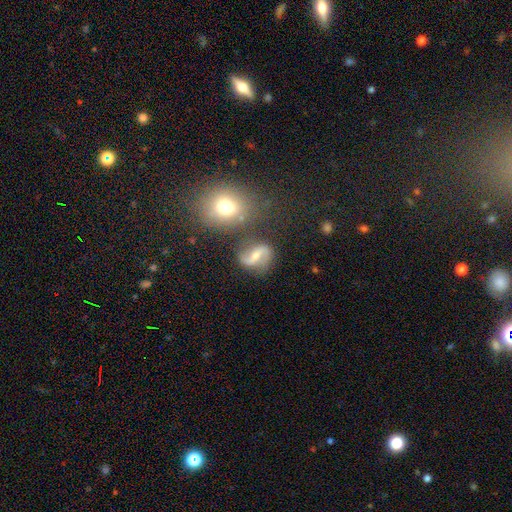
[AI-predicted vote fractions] A featured or disk galaxy (77%) with a weak bar (42%), 2 (92%) loose (67%) spiral arms (92%) and a small central bulge (47%).

Vote fractions:
- Smooth or featured? featured or disk: 77% / smooth: 15% / star or artifact: 8%
- Edge-on disk? no: 97% / yes: 3%
- Bar? weak: 42% / strong: 33% / no: 25%
- Spiral arms? yes: 92% / no: 8%
- Spiral winding? loose: 67% / medium: 26% / tight: 7%
- Spiral arm count? 2: 92% / can't tell: 3% / 1: 3% / 3: 1% / 4: 1% / more than 4: 1%
- Bulge size? small: 47% / moderate: 42% / none: 7% / large: 3% / dominant: 1%
- Merging? none: 70% / minor disturbance: 15% / merger: 8% / major disturbance: 7%